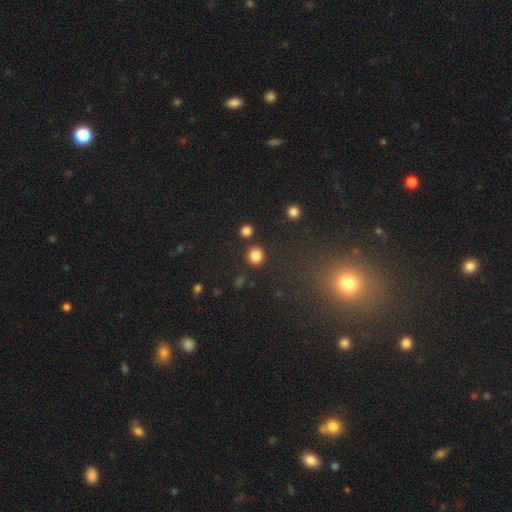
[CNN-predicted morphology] This appears to be a smooth galaxy with no disk features (83%) that is round (86%). Merging: none (86%).